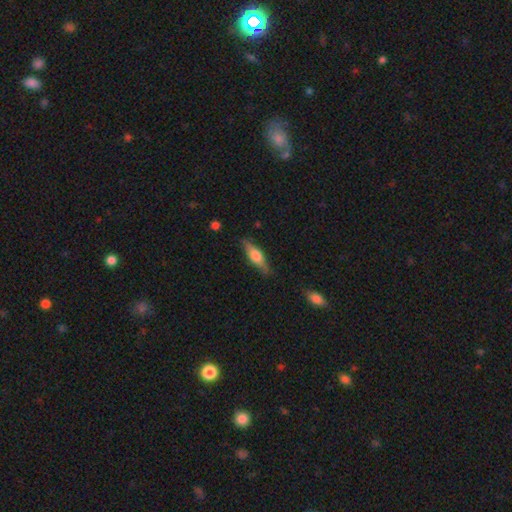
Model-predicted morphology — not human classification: featured or disk 51%, smooth 43%, star or artifact 6%. Down the decision tree: edge-on disk — yes (93%); merging — none (84%).